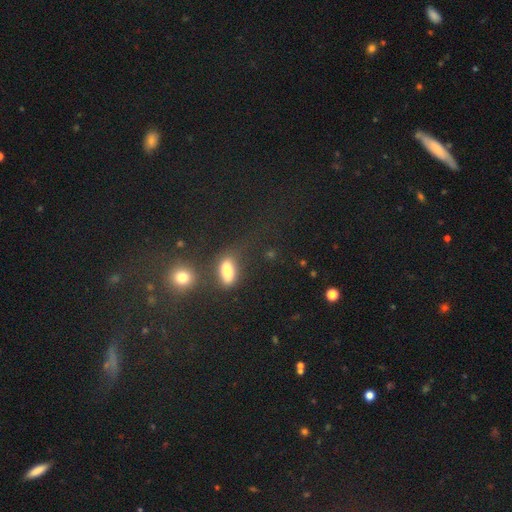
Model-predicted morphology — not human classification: The model was most divided on "smooth or featured": star or artifact: 49%, smooth: 40%, featured or disk: 11%.